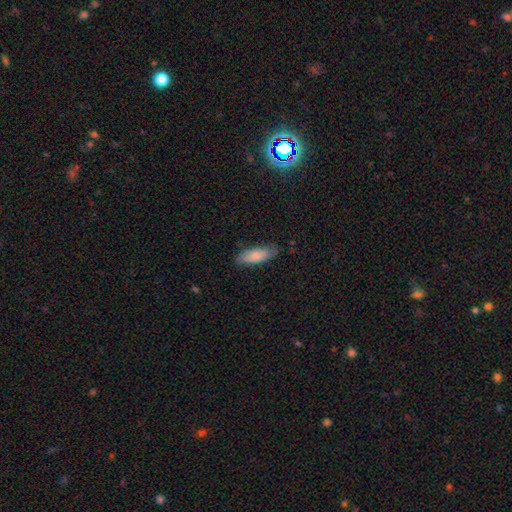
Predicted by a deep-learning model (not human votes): Smooth or featured: smooth — 75% (featured or disk — 19%)
How rounded: in between — 66% (cigar-shaped — 33%)
Merging: none — 74% (minor disturbance — 21%)